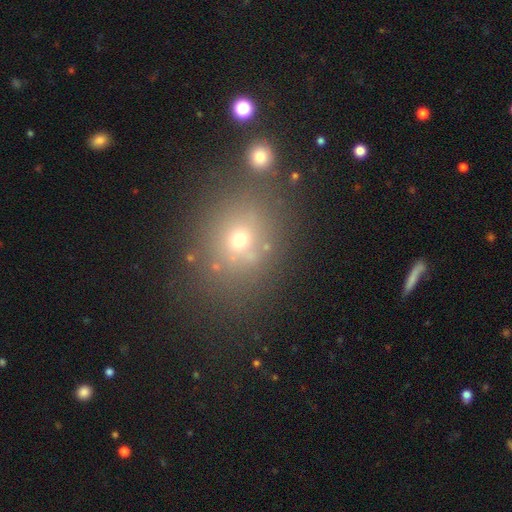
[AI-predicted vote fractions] This is possibly a smooth galaxy (57%). How rounded: likely round (63%). Merging: likely none (73%).